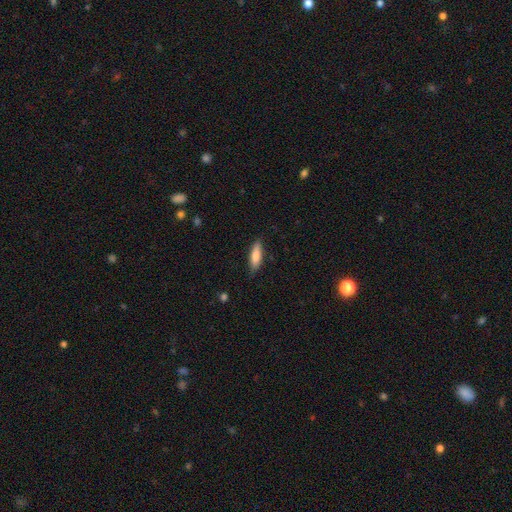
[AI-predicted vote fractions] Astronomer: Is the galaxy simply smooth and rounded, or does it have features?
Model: smooth — 76%.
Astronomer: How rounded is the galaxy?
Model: cigar-shaped — 54% (runner-up: in between, 44%).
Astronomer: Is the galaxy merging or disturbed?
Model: none — 83%.